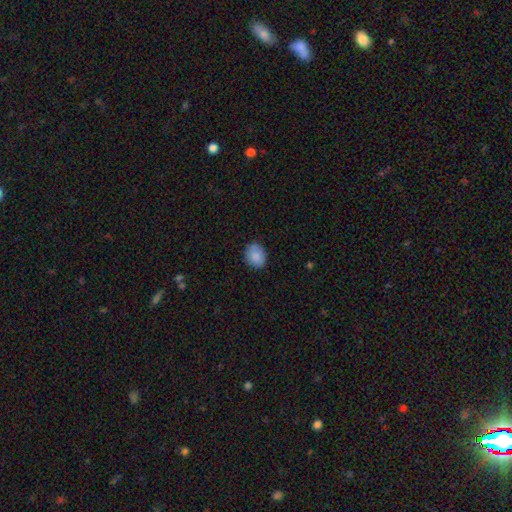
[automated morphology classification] smooth-or-featured: smooth: 86% | star or artifact: 7% | featured or disk: 6%
  how-rounded: in between: 53% | round: 46% | cigar-shaped: 1%
  merging: none: 82% | minor disturbance: 14% | major disturbance: 3% | merger: 1%